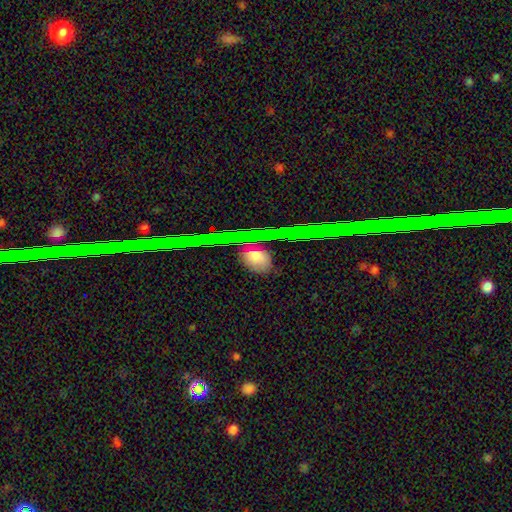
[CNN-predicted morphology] The model was most divided on "how rounded": in between: 65%, round: 30%, cigar-shaped: 5%. More confident: merging — none (80%); smooth or featured — smooth (66%).